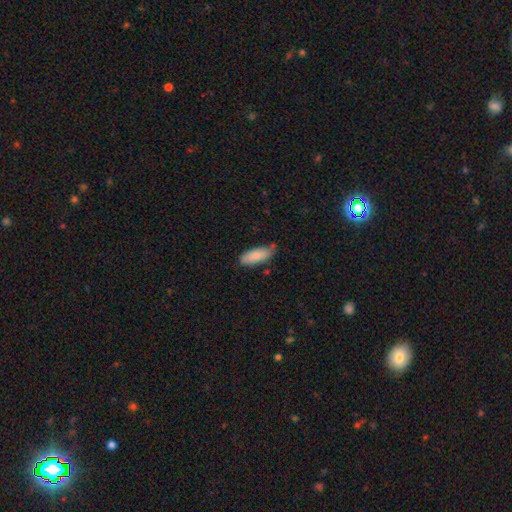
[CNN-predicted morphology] A smooth galaxy with no disk features (85%) that is in between round and cigar-shaped (74%).

Vote fractions:
- Smooth or featured? smooth: 85% / featured or disk: 9% / star or artifact: 6%
- How rounded? in between: 74% / cigar-shaped: 24% / round: 2%
- Merging? none: 67% / minor disturbance: 27% / major disturbance: 4% / merger: 3%